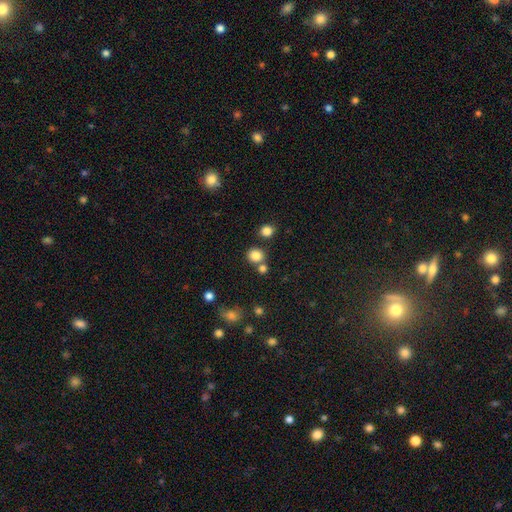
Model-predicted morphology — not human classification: smooth_or_featured: smooth (p=0.83) [alt: star or artifact p=0.12]
how_rounded: round (p=0.85) [alt: in between p=0.14]
merging: none (p=0.70) [alt: merger p=0.19]